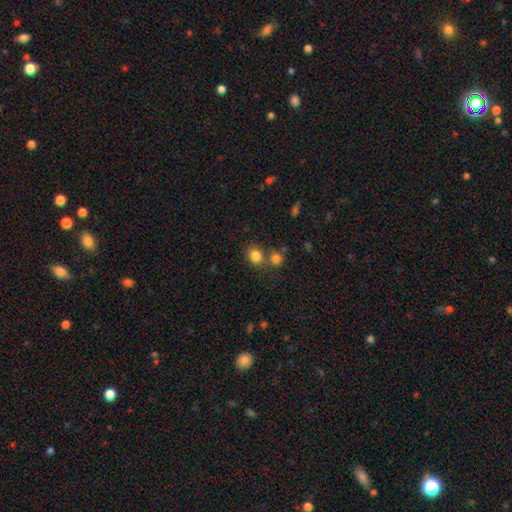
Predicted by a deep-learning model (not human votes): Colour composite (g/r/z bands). It shows a smooth galaxy with no disk features (82%) that is round (74%). Merging: none (60%).